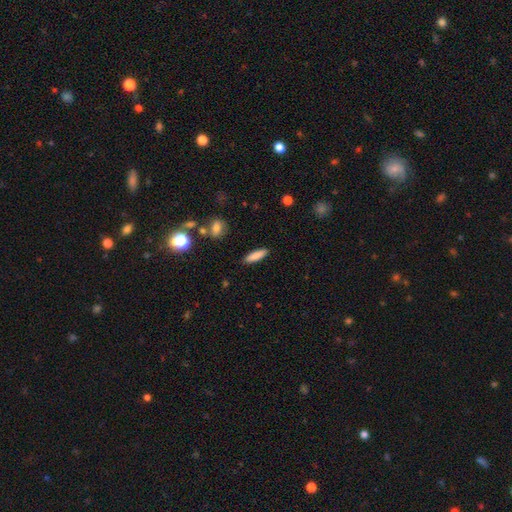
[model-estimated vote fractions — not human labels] A smooth galaxy with no disk features (84%) that is cigar-shaped (64%).

Vote fractions:
- Smooth or featured? smooth: 84% / featured or disk: 8% / star or artifact: 7%
- How rounded? cigar-shaped: 64% / in between: 34% / round: 2%
- Merging? none: 89% / minor disturbance: 8% / major disturbance: 2% / merger: 2%